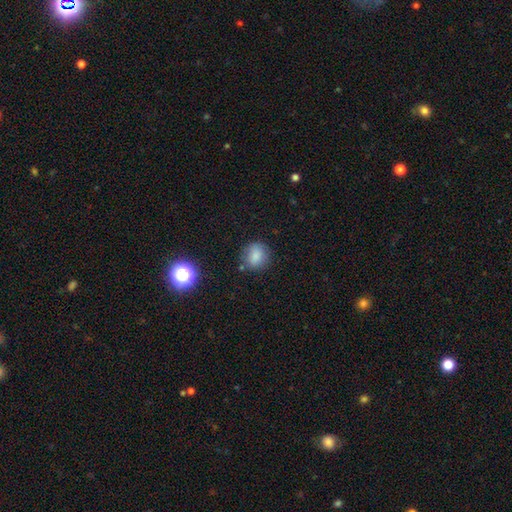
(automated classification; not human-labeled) smooth-or-featured: smooth: 82% | star or artifact: 11% | featured or disk: 6%
  how-rounded: round: 75% | in between: 24% | cigar-shaped: 1%
  merging: none: 76% | minor disturbance: 16% | major disturbance: 4% | merger: 3%